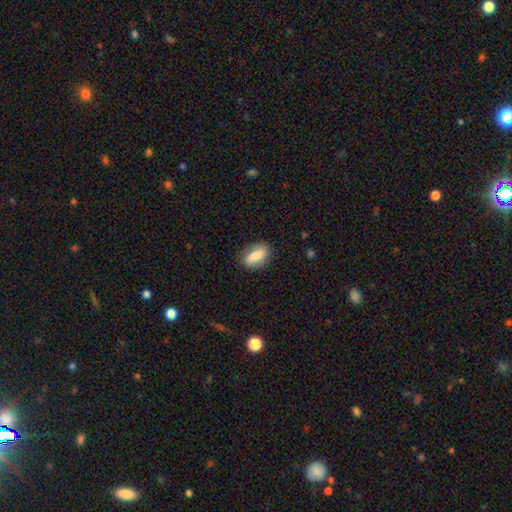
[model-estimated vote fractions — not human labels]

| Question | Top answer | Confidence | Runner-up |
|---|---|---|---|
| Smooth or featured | smooth | 78% | featured or disk (15%) |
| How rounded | in between | 81% | cigar-shaped (14%) |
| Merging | none | 82% | minor disturbance (14%) |